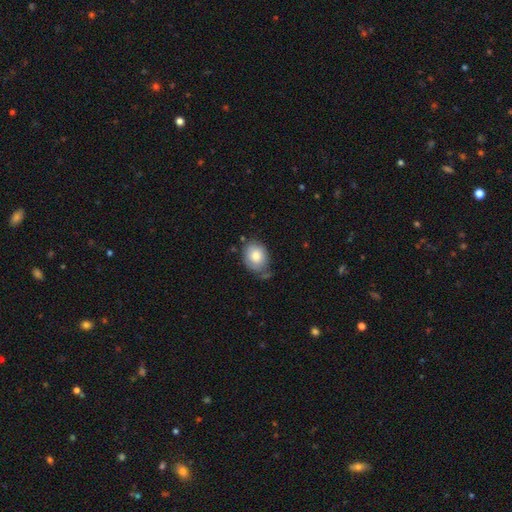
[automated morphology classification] Smooth or featured? Predicted: smooth (p=0.79). How rounded? Predicted: in between (p=0.57). Merging? Predicted: none (p=0.64).